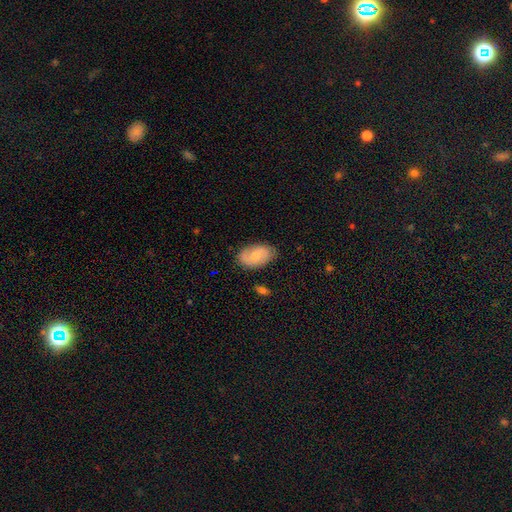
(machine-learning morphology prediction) smooth 59%, featured or disk 34%, star or artifact 7%. Down the decision tree: how rounded — in between (91%); merging — none (77%).